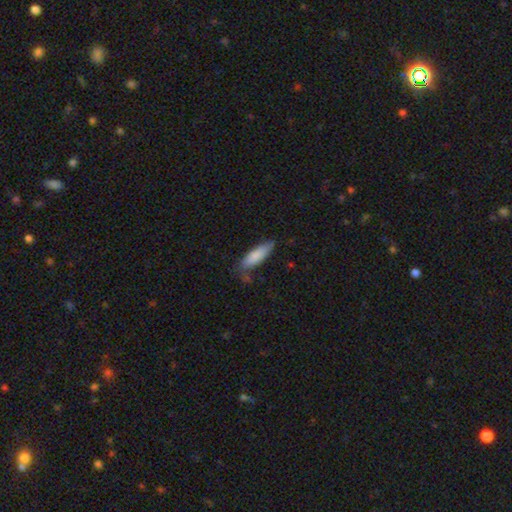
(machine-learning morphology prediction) Q: Smooth or featured?
A: smooth (83%); runner-up: featured or disk (11%)
Q: How rounded?
A: cigar-shaped (54%); runner-up: in between (45%)
Q: Merging?
A: none (69%); runner-up: minor disturbance (23%)